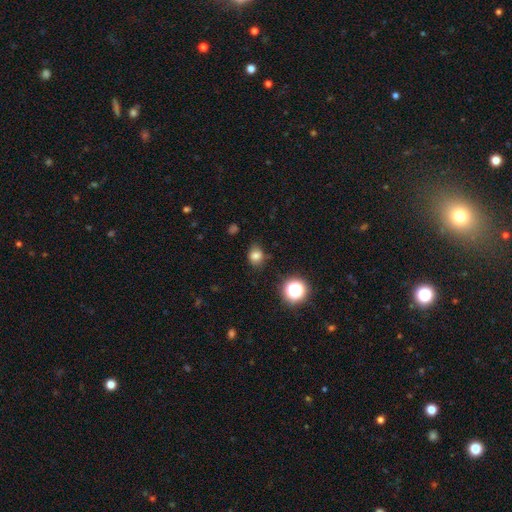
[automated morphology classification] Q: Smooth or featured?
A: smooth (78%); runner-up: star or artifact (16%)
Q: How rounded?
A: round (54%); runner-up: in between (45%)
Q: Merging?
A: none (75%); runner-up: minor disturbance (18%)